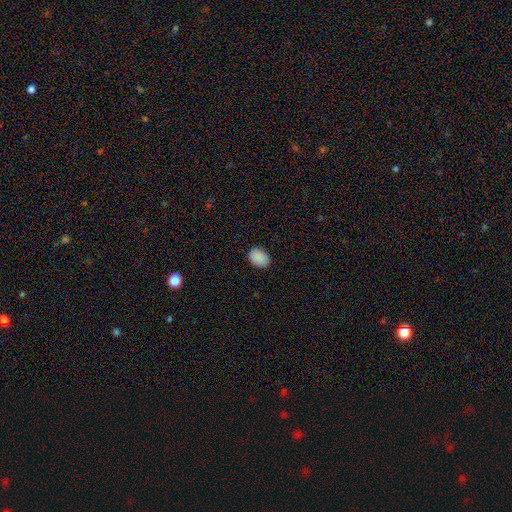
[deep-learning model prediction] Smooth or featured? smooth (89%)
How rounded? in between (74%)
Merging? none (87%)